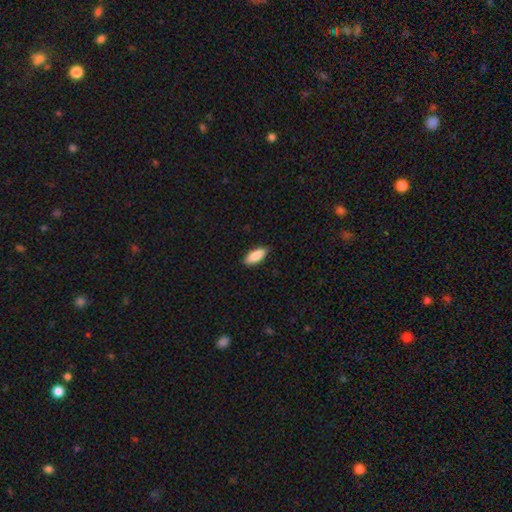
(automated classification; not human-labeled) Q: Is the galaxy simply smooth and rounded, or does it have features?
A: smooth — 87%.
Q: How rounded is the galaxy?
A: in between — 79%.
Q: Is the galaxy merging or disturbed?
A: none — 87%.